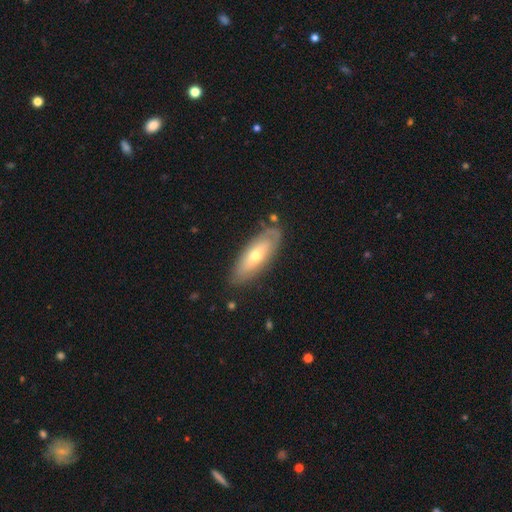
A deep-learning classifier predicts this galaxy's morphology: This is possibly a smooth galaxy (49%). Merging: likely none (79%).